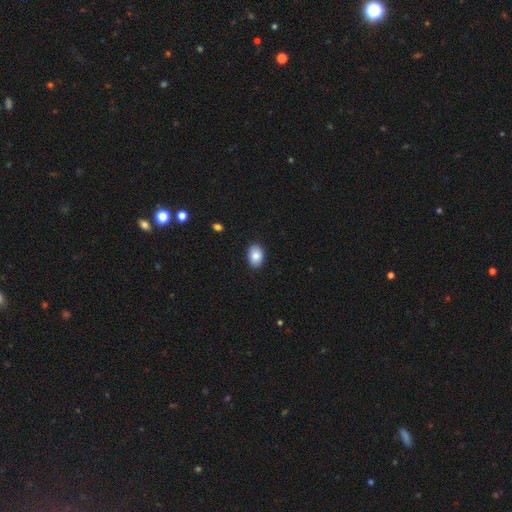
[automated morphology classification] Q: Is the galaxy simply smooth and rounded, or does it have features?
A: smooth — 87%.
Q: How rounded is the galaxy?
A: in between — 86%.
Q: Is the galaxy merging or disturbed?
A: none — 89%.